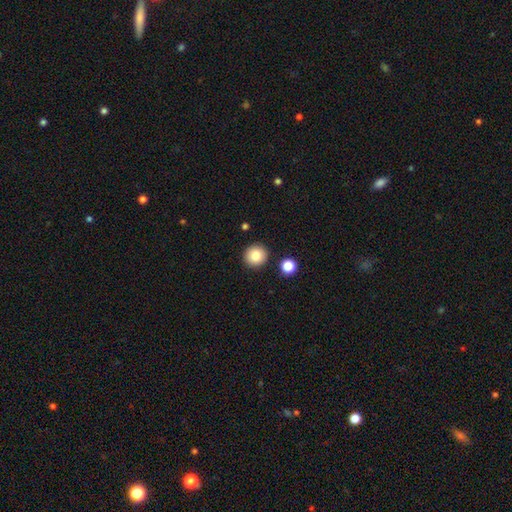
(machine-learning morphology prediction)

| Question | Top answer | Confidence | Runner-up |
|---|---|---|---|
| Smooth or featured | smooth | 85% | star or artifact (10%) |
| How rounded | round | 94% | in between (5%) |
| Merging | none | 90% | minor disturbance (5%) |